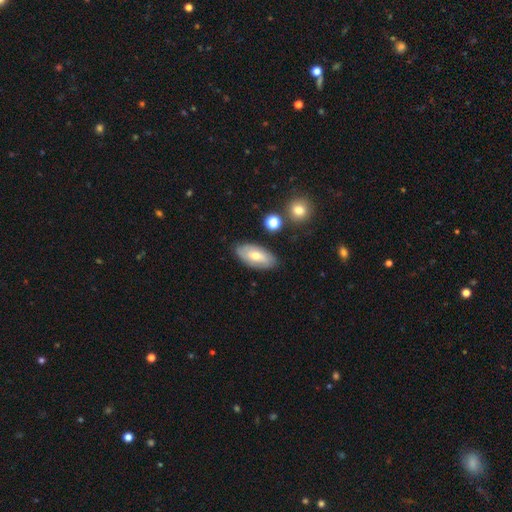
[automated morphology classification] The model was most divided on "smooth or featured": smooth: 54%, featured or disk: 39%, star or artifact: 7%. More confident: how rounded — in between (91%); merging — none (81%).